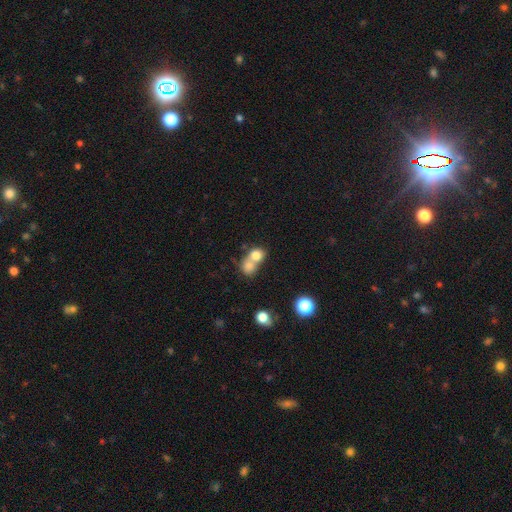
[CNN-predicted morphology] smooth-or-featured: smooth: 76% | featured or disk: 13% | star or artifact: 11%
  how-rounded: round: 67% | in between: 31% | cigar-shaped: 1%
  merging: merger: 67% | none: 25% | minor disturbance: 5% | major disturbance: 3%